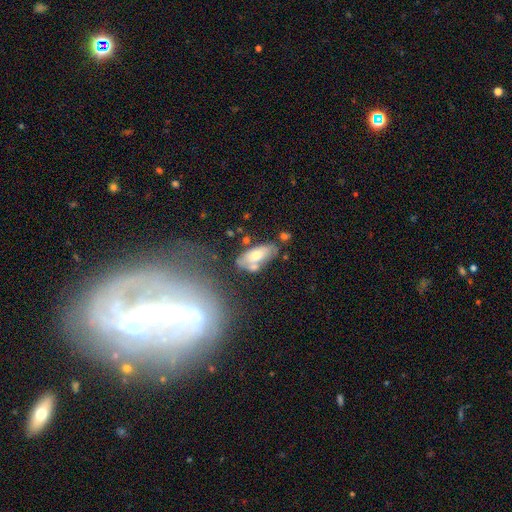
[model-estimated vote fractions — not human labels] This is likely a smooth galaxy (64%). How rounded: clearly in between (83%). Merging: possibly none (53%).